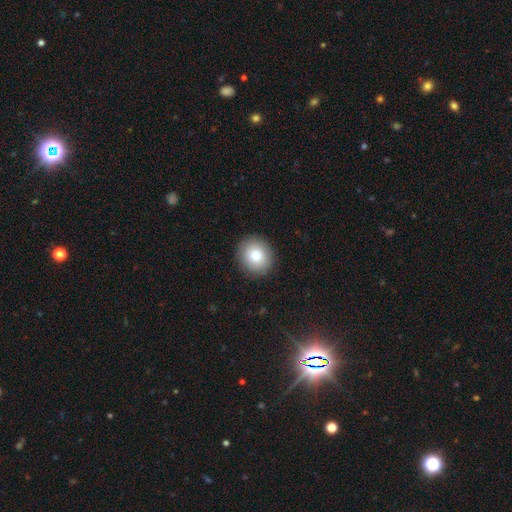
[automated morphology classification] Q: Smooth or featured?
A: smooth (77%); runner-up: featured or disk (13%)
Q: How rounded?
A: round (87%); runner-up: in between (12%)
Q: Merging?
A: none (91%); runner-up: minor disturbance (6%)